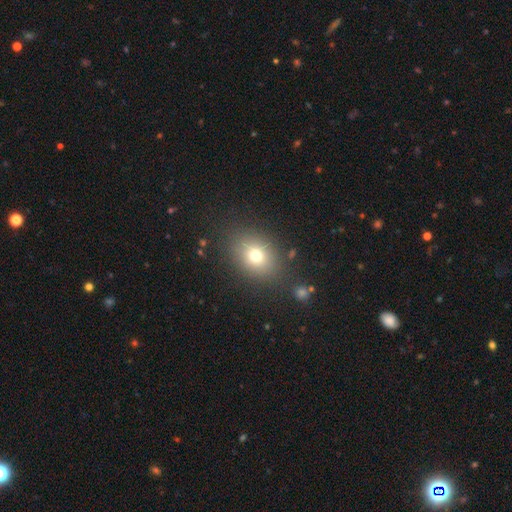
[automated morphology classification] A smooth galaxy with no disk features (73%) that is in between round and cigar-shaped (53%). Merging: none (83%).